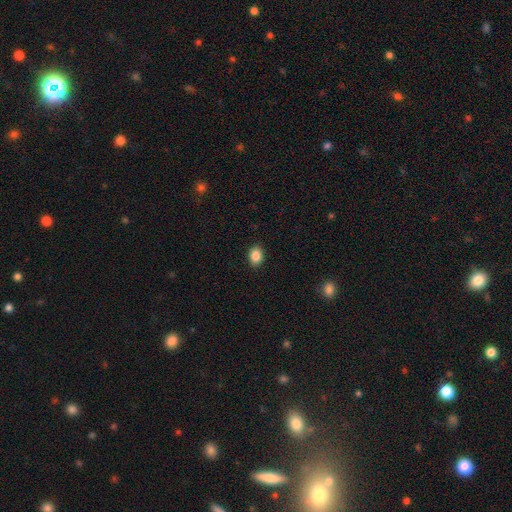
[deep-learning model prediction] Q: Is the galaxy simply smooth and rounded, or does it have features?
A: smooth — 87%.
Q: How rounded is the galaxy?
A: in between — 71%.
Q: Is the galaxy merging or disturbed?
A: none — 90%.